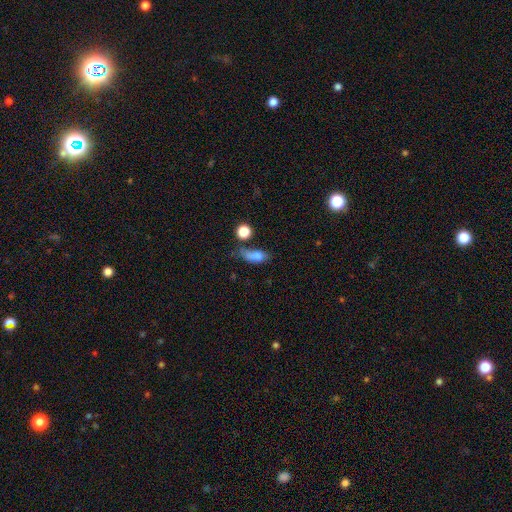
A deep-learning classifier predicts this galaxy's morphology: smooth-or-featured: smooth: 74% | featured or disk: 15% | star or artifact: 11%
  how-rounded: in between: 70% | cigar-shaped: 17% | round: 12%
  merging: none: 34% | minor disturbance: 27% | major disturbance: 22% | merger: 16%